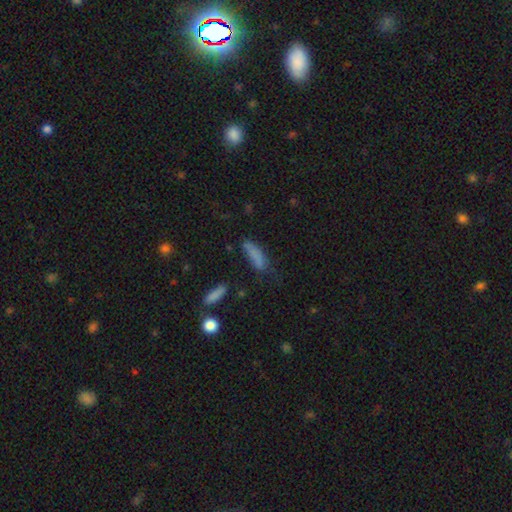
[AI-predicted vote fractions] smooth-or-featured: smooth: 78% | featured or disk: 12% | star or artifact: 10%
  how-rounded: cigar-shaped: 51% | in between: 47% | round: 3%
  merging: none: 50% | minor disturbance: 30% | major disturbance: 15% | merger: 6%